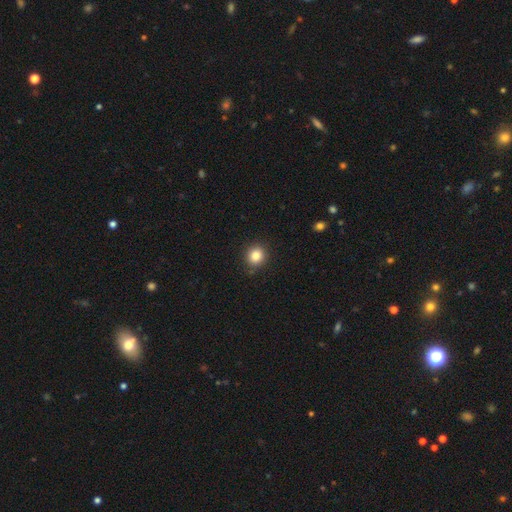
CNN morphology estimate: The model was most divided on "smooth or featured": smooth: 84%, star or artifact: 11%, featured or disk: 5%. More confident: merging — none (89%); how rounded — round (86%).